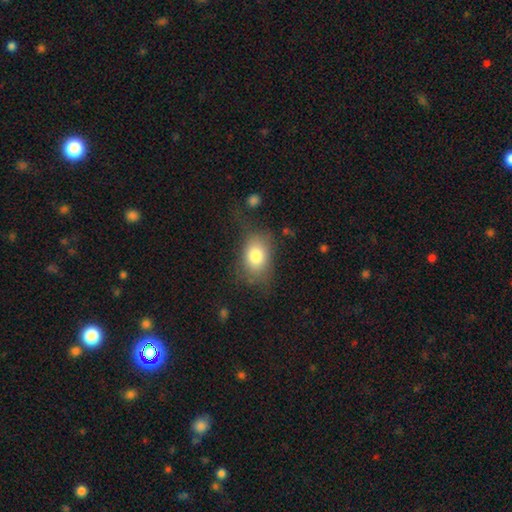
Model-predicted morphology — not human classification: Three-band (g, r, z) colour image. It shows a smooth galaxy with no disk features (79%) that is in between round and cigar-shaped (76%). Merging: none (59%).